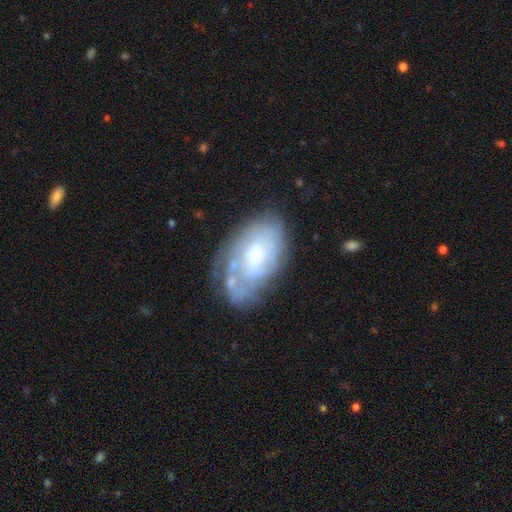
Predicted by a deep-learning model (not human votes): Morphology: type=featured or disk (65%); edge-on=no (95%); bar=no (55%); spiral arms=yes (65%); bulge=moderate (44%); merging=none (55%).